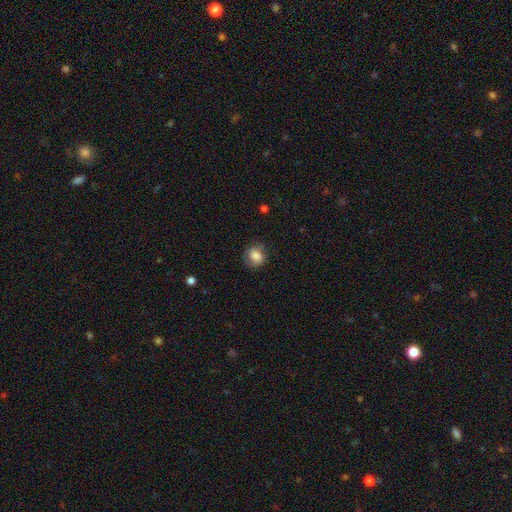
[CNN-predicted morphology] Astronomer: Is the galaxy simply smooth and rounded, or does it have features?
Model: smooth — 80%.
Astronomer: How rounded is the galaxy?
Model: round — 71%.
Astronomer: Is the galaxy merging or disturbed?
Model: none — 73%.